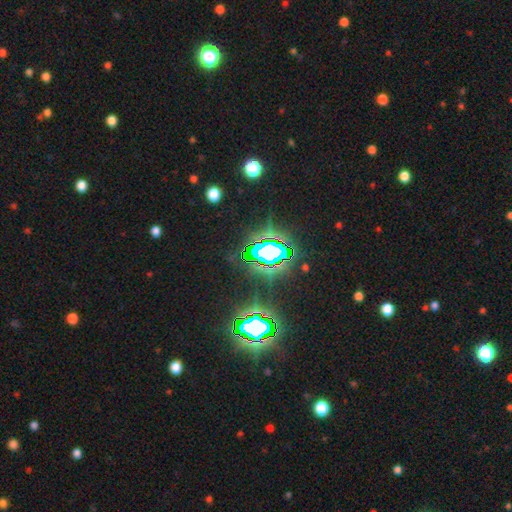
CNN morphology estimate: star or artifact 81%, smooth 11%, featured or disk 8%.